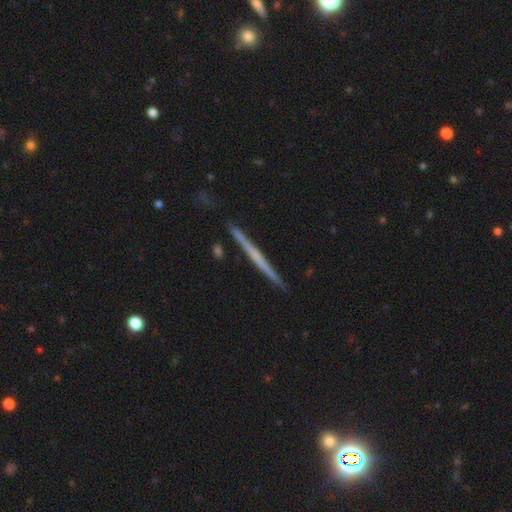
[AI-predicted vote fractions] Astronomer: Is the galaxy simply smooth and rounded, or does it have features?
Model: featured or disk — 58% (runner-up: smooth, 36%).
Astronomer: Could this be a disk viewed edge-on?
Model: yes — 98%.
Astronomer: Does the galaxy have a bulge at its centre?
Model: none — 85%.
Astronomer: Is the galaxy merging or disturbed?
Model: none — 91%.